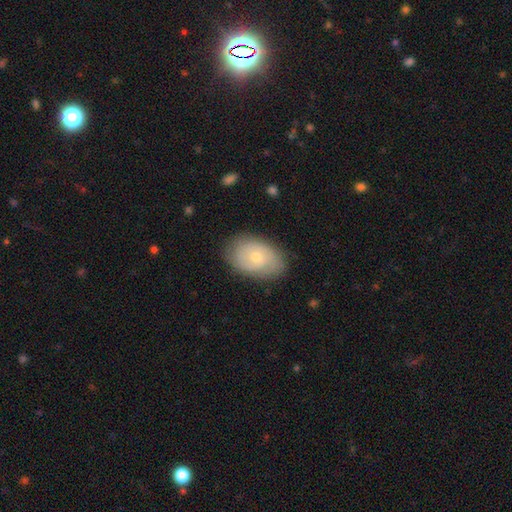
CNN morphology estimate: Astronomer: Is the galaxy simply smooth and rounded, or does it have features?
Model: featured or disk — 51% (runner-up: smooth, 42%).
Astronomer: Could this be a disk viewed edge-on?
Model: no — 94%.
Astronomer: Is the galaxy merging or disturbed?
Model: none — 78%.